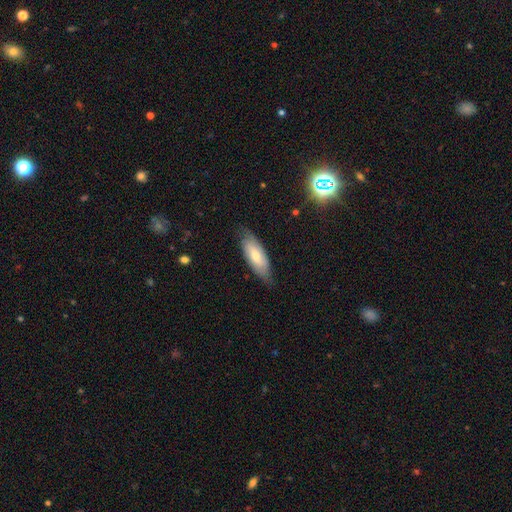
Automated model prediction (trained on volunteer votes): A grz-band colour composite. It shows a smooth galaxy with no disk features (60%) that is in between round and cigar-shaped (73%). Merging: none (73%).